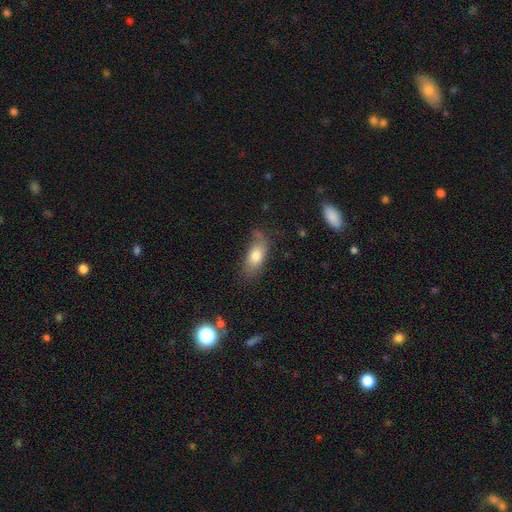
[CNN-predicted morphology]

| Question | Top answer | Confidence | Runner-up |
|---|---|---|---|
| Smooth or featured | smooth | 75% | featured or disk (17%) |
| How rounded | in between | 82% | cigar-shaped (13%) |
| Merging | none | 62% | minor disturbance (26%) |